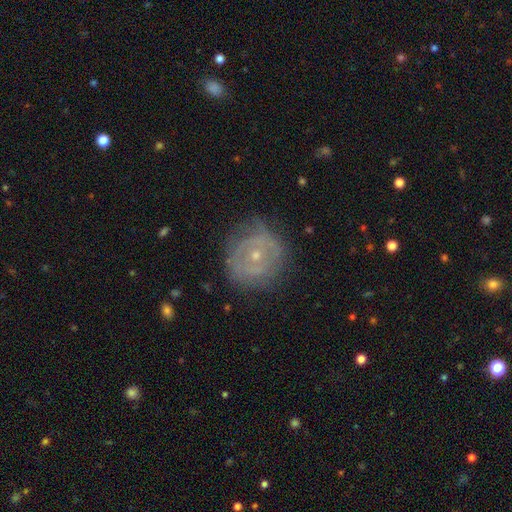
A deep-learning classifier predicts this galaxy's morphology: A featured or disk galaxy (64%) with no bar (72%), spiral arms (60%) and a small central bulge (67%). Merging: none (74%).